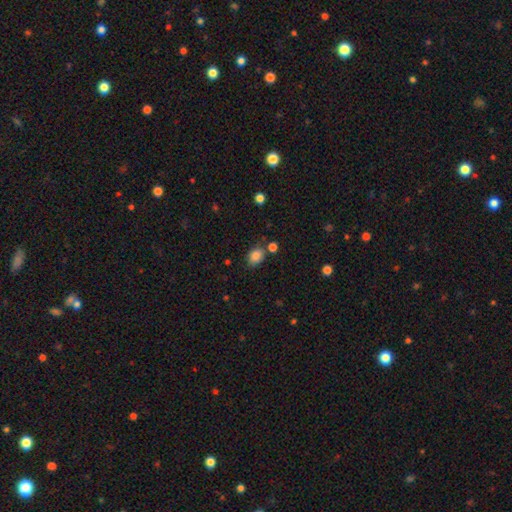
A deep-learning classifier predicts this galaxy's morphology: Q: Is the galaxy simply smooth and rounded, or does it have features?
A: smooth — 85%.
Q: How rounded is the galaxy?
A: in between — 71%.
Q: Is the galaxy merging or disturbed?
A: none — 71%.